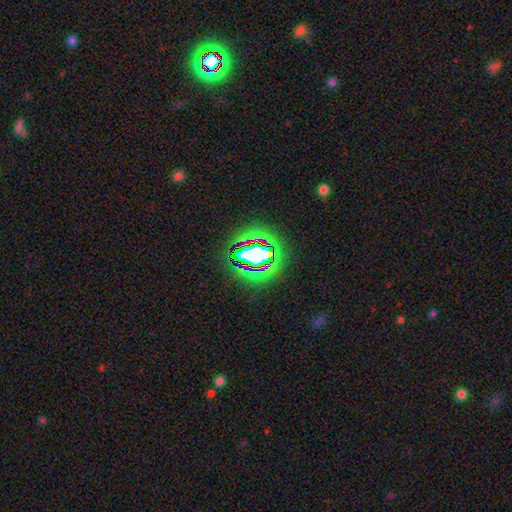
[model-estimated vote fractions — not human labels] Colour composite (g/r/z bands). It shows a star or artifact, not a galaxy (81%).